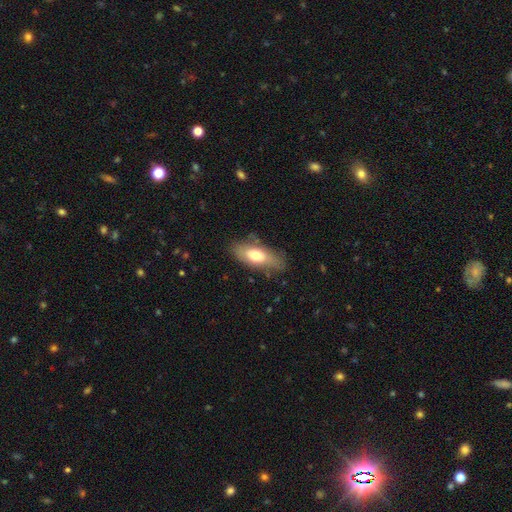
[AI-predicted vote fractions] This appears to be a smooth galaxy with no disk features (66%) that is in between round and cigar-shaped (79%). Merging: none (71%).